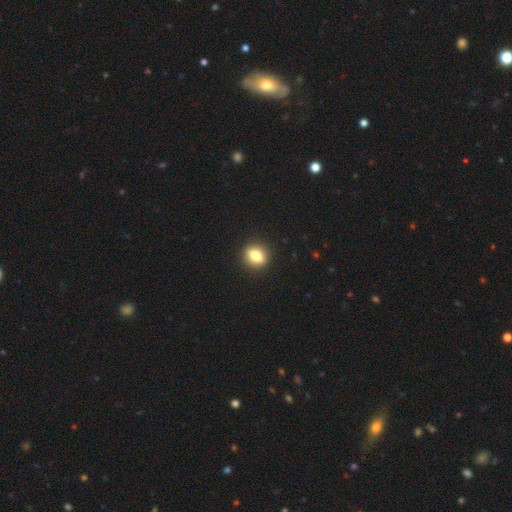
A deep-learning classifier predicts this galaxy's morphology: smooth_or_featured: smooth (p=0.79) [alt: featured or disk p=0.11]
how_rounded: round (p=0.54) [alt: in between p=0.44]
merging: none (p=0.91) [alt: minor disturbance p=0.07]